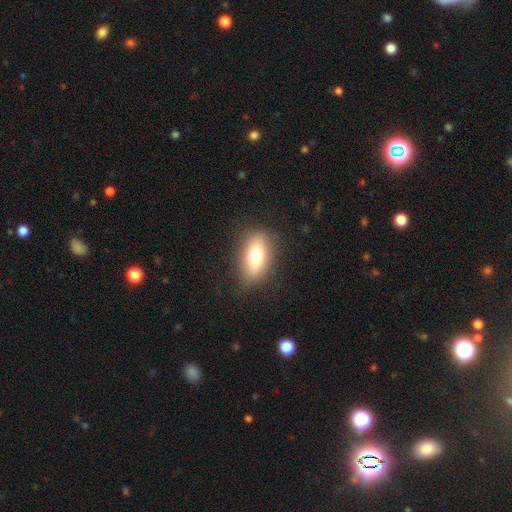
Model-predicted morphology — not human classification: smooth-or-featured: smooth: 72% | featured or disk: 19% | star or artifact: 9%
  how-rounded: in between: 82% | round: 10% | cigar-shaped: 8%
  merging: none: 82% | minor disturbance: 12% | major disturbance: 4% | merger: 1%